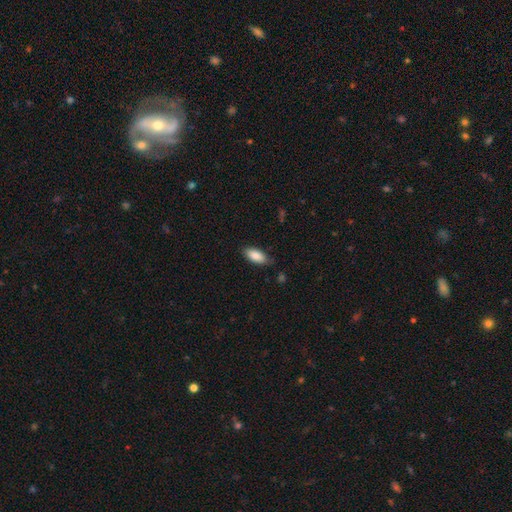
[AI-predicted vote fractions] The model was most divided on "merging": none: 78%, minor disturbance: 18%, major disturbance: 3%, merger: 1%. More confident: how rounded — in between (88%); smooth or featured — smooth (85%).